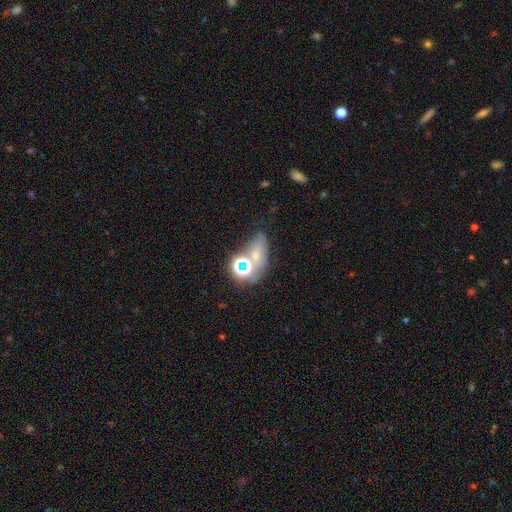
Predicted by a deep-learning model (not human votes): smooth 44%, star or artifact 35%, featured or disk 21%. Down the decision tree: merging — none (42%).